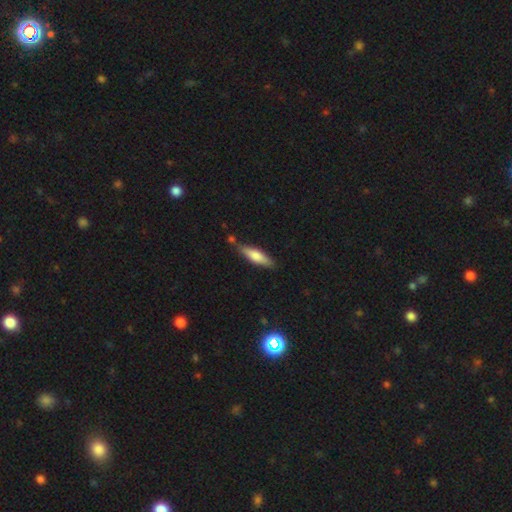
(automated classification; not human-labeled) smooth_or_featured: smooth (p=0.64) [alt: featured or disk p=0.30]
how_rounded: cigar-shaped (p=0.68) [alt: in between p=0.30]
merging: none (p=0.78) [alt: minor disturbance p=0.14]